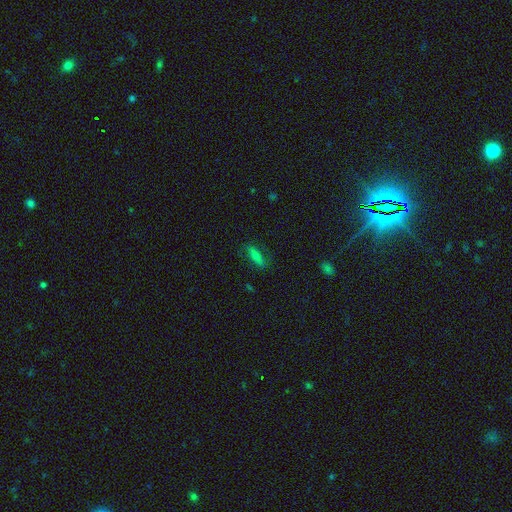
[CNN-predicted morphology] Smooth or featured? Predicted: smooth (p=0.58). How rounded? Predicted: cigar-shaped (p=0.59). Merging? Predicted: none (p=0.80).